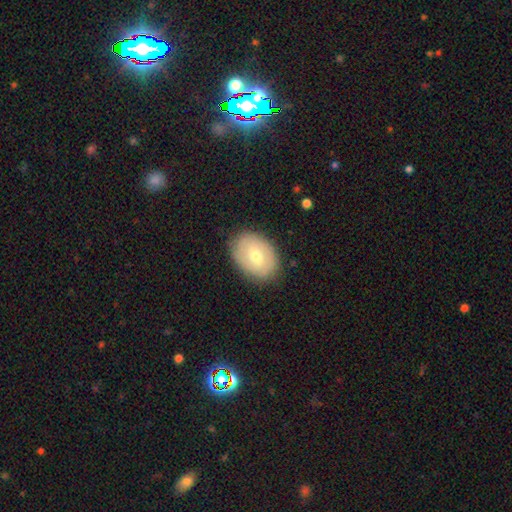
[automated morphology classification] The model was most divided on "smooth or featured": smooth: 57%, featured or disk: 36%, star or artifact: 7%. More confident: merging — none (84%); how rounded — in between (76%).